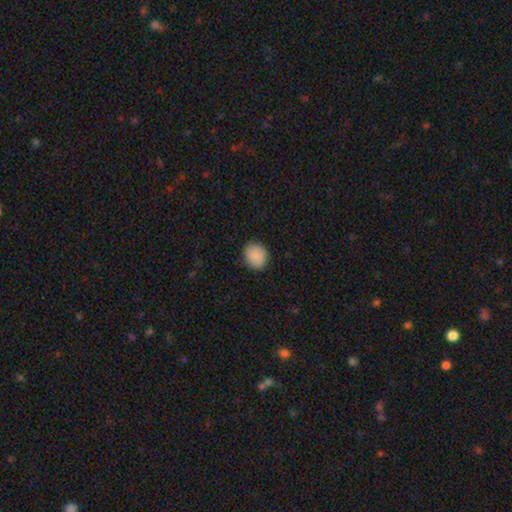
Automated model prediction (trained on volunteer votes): A smooth galaxy with no disk features (89%) that is round (65%).

Vote fractions:
- Smooth or featured? smooth: 89% / star or artifact: 7% / featured or disk: 4%
- How rounded? round: 65% / in between: 34% / cigar-shaped: 1%
- Merging? none: 87% / minor disturbance: 10% / major disturbance: 2% / merger: 1%